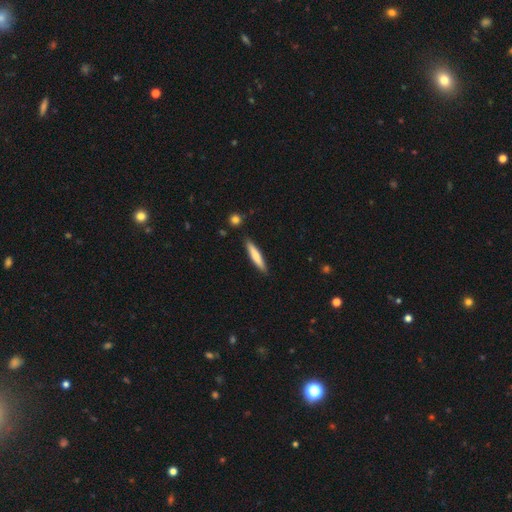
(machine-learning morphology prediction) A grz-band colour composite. It shows a smooth galaxy with no disk features (73%) that is cigar-shaped (89%). Merging: none (88%).